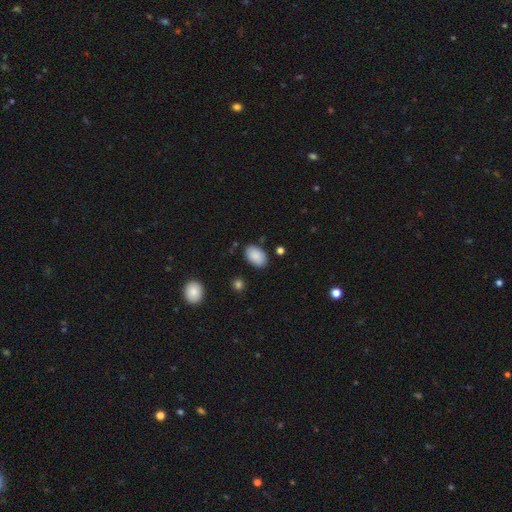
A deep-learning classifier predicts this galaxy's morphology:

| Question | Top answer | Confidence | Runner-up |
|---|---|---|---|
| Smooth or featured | smooth | 88% | star or artifact (7%) |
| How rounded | in between | 92% | round (7%) |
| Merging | none | 83% | minor disturbance (12%) |